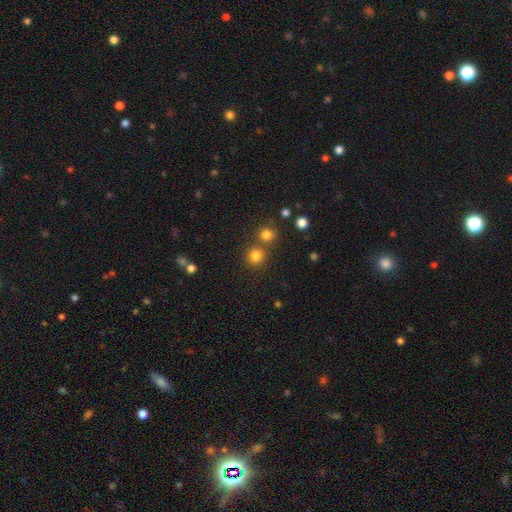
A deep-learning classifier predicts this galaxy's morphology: Smooth or featured? smooth (80%)
How rounded? round (90%)
Merging? none (70%)